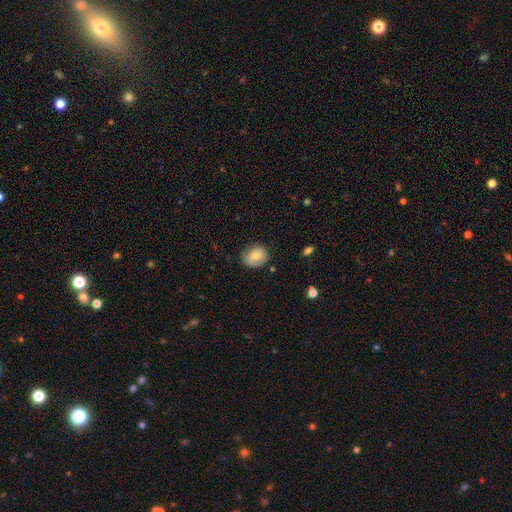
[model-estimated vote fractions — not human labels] smooth 81%, featured or disk 11%, star or artifact 8%. Down the decision tree: how rounded — round (60%); merging — none (71%).